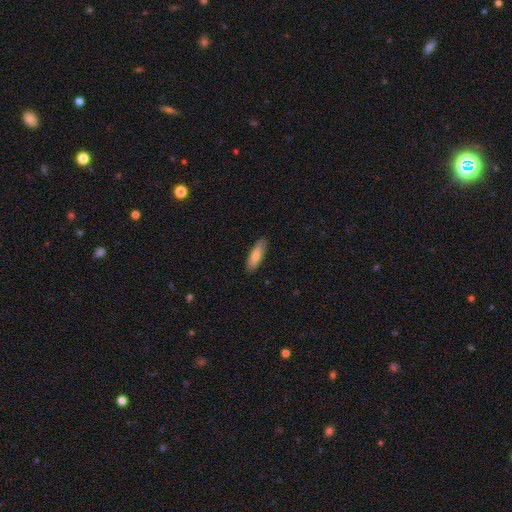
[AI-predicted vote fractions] Smooth or featured?
  - smooth: 76% *
  - featured or disk: 18%
  - star or artifact: 6%
How rounded?
  - cigar-shaped: 52% *
  - in between: 46%
  - round: 2%
Merging?
  - none: 87% *
  - minor disturbance: 10%
  - major disturbance: 2%
  - merger: 1%